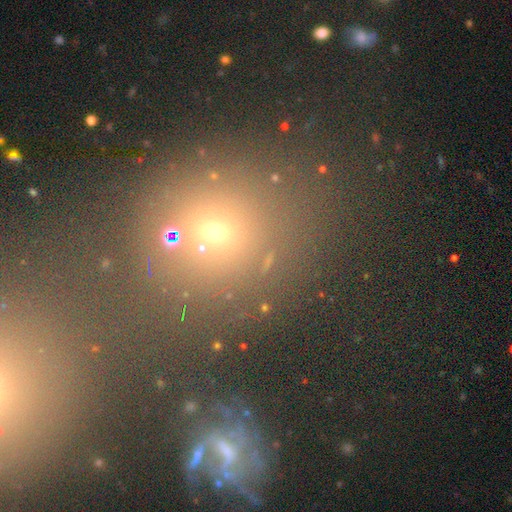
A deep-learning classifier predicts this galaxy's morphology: smooth-or-featured: smooth: 48% | star or artifact: 39% | featured or disk: 13%
  merging: none: 63% | merger: 20% | minor disturbance: 11% | major disturbance: 7%